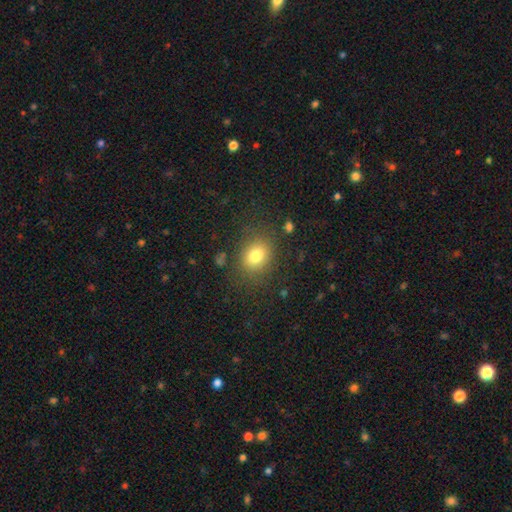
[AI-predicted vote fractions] Morphology: type=smooth (79%); roundness=round (51%); merging=none (80%).